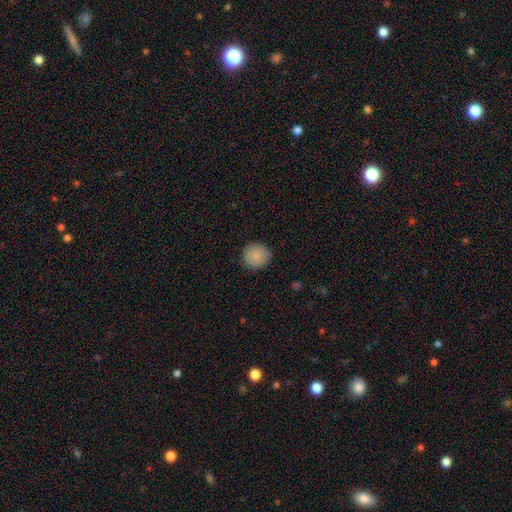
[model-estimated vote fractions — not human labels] Smooth or featured?
  - smooth: 86% *
  - star or artifact: 9%
  - featured or disk: 6%
How rounded?
  - round: 91% *
  - in between: 9%
  - cigar-shaped: 1%
Merging?
  - none: 89% *
  - minor disturbance: 8%
  - major disturbance: 2%
  - merger: 1%